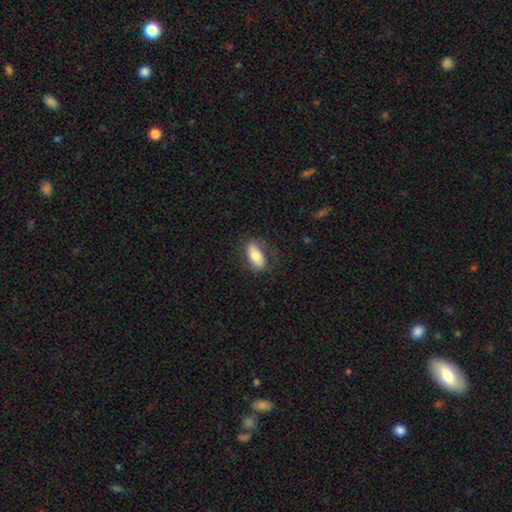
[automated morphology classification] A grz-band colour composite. It shows a smooth galaxy with no disk features (69%) that is in between round and cigar-shaped (85%). Merging: none (75%).